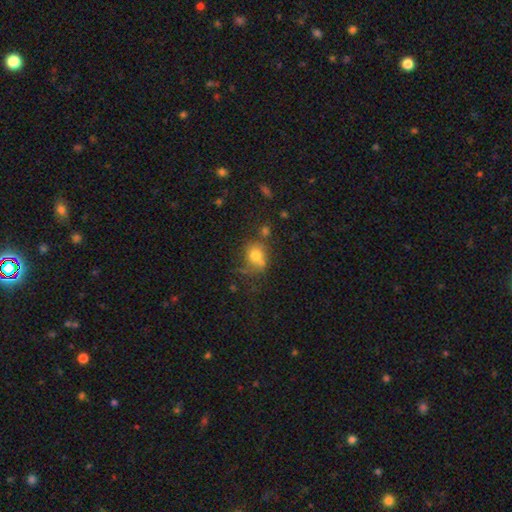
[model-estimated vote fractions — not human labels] Smooth or featured: smooth — 73% (featured or disk — 14%)
How rounded: round — 64% (in between — 35%)
Merging: none — 47% (minor disturbance — 22%)